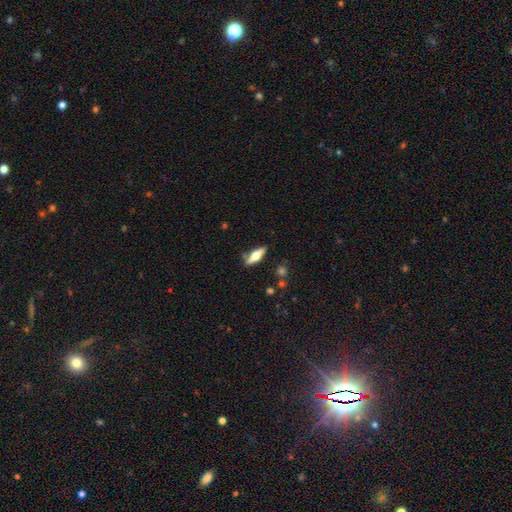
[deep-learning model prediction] A featured or disk galaxy (50%) viewed edge-on (92%).

Vote fractions:
- Smooth or featured? featured or disk: 50% / smooth: 43% / star or artifact: 6%
- Edge-on disk? yes: 92% / no: 8%
- Merging? none: 81% / minor disturbance: 12% / merger: 4% / major disturbance: 3%